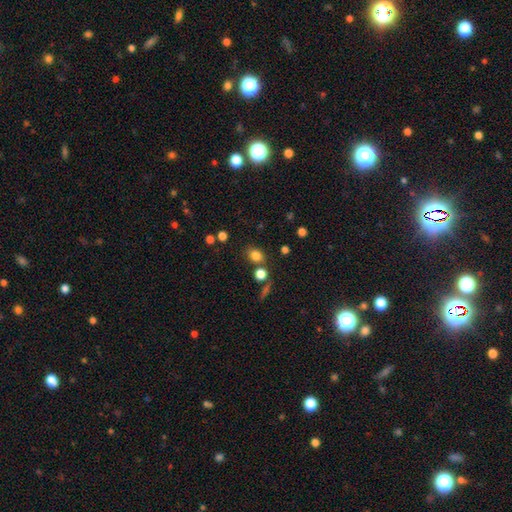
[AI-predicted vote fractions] Smooth or featured: smooth — 81% (star or artifact — 13%)
How rounded: in between — 52% (round — 47%)
Merging: none — 74% (minor disturbance — 12%)